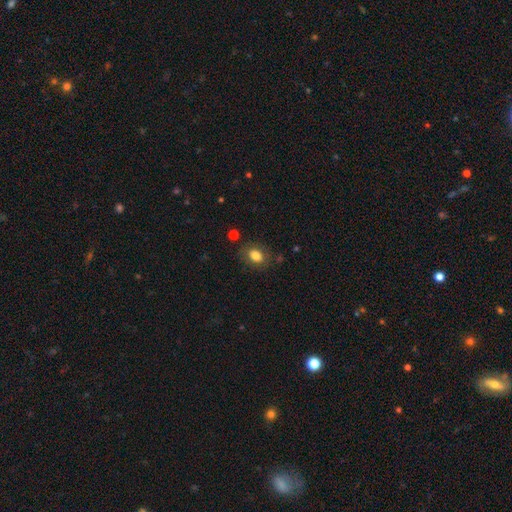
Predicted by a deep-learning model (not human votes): smooth_or_featured: smooth (p=0.82) [alt: featured or disk p=0.09]
how_rounded: in between (p=0.72) [alt: round p=0.27]
merging: none (p=0.81) [alt: minor disturbance p=0.13]